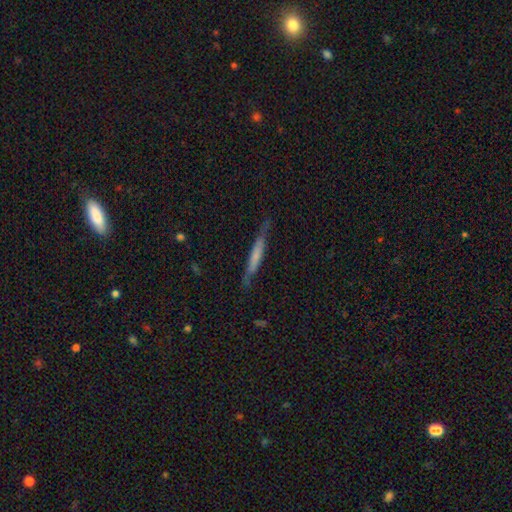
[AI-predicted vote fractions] Overall: smooth (50%; featured or disk 43%). How rounded: cigar-shaped (94%). Merging: none (76%).